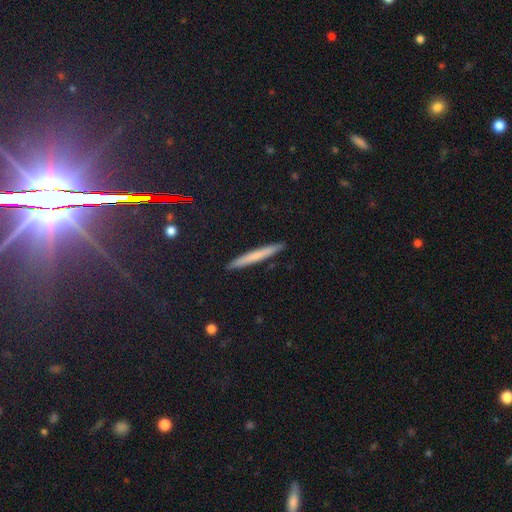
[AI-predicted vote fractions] This appears to be a smooth galaxy with no disk features (64%) that is cigar-shaped (96%). Merging: none (92%).